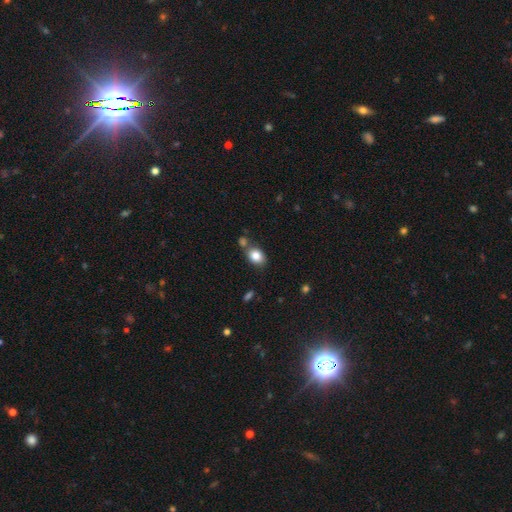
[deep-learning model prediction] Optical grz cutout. It shows a smooth galaxy with no disk features (83%) that is in between round and cigar-shaped (69%). Merging: none (63%).